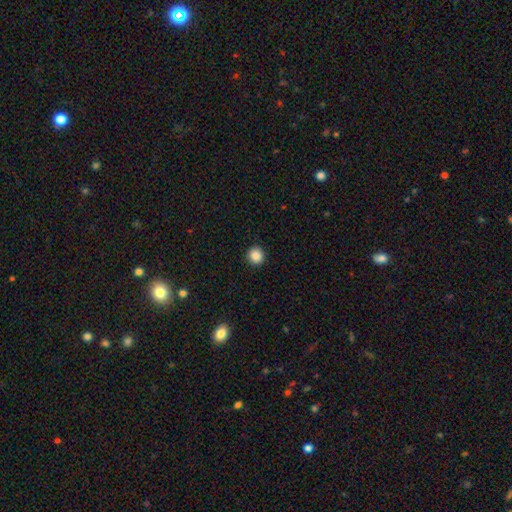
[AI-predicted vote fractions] A smooth galaxy with no disk features (88%) that is round (92%). Merging: none (93%).